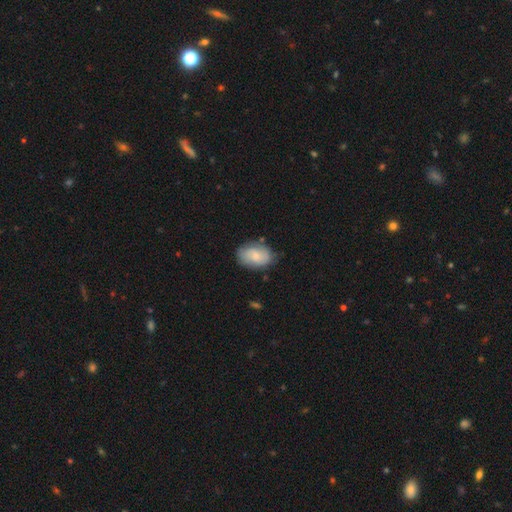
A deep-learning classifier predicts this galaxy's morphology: Smooth or featured? Predicted: smooth (p=0.66). How rounded? Predicted: in between (p=0.85). Merging? Predicted: none (p=0.73).